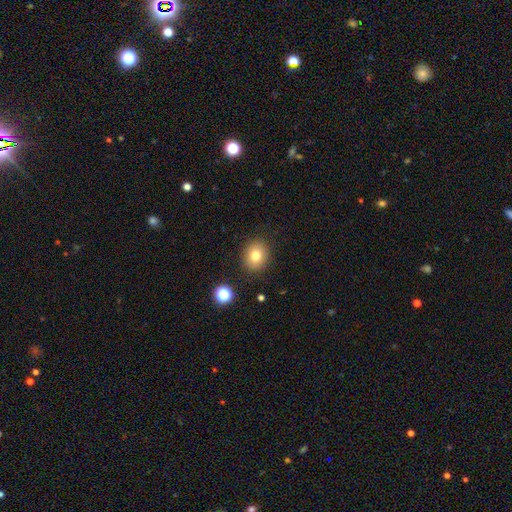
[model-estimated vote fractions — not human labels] This appears to be a smooth galaxy with no disk features (78%) that is round (73%). Merging: none (88%).